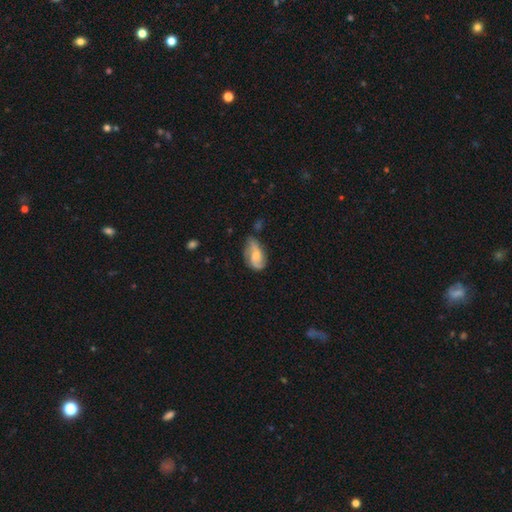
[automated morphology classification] Q: Smooth or featured?
A: featured or disk (60%); runner-up: smooth (33%)
Q: Edge-on disk?
A: no (96%); runner-up: yes (4%)
Q: Bar?
A: no (54%); runner-up: weak (38%)
Q: Spiral arms?
A: yes (89%); runner-up: no (11%)
Q: Spiral winding?
A: loose (42%); runner-up: medium (41%)
Q: Spiral arm count?
A: 2 (75%); runner-up: can't tell (10%)
Q: Bulge size?
A: moderate (42%); runner-up: small (38%)
Q: Merging?
A: none (49%); runner-up: minor disturbance (32%)